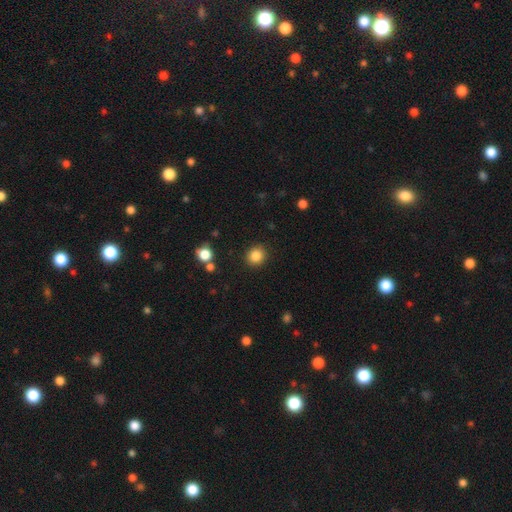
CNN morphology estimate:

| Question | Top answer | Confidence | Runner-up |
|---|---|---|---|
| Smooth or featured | smooth | 85% | star or artifact (11%) |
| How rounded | round | 87% | in between (12%) |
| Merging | none | 89% | minor disturbance (6%) |